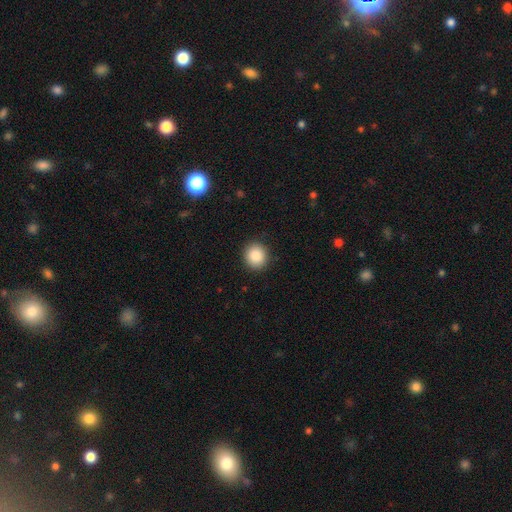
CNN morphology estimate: The model was most divided on "how rounded": round: 86%, in between: 13%, cigar-shaped: 1%. More confident: merging — none (91%); smooth or featured — smooth (87%).